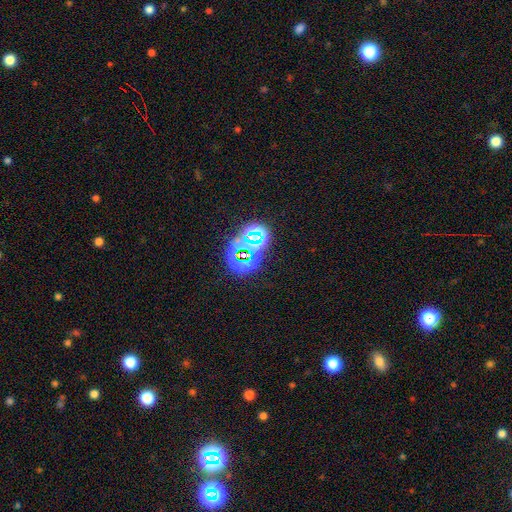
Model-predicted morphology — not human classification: Smooth or featured: star or artifact — 62% (smooth — 25%)